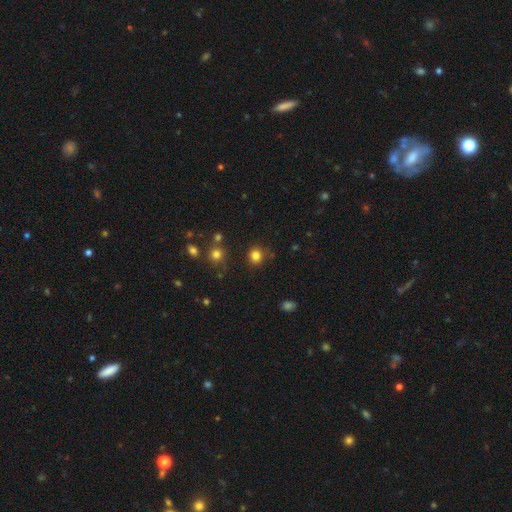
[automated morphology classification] The model was most divided on "smooth or featured": smooth: 81%, star or artifact: 14%, featured or disk: 5%. More confident: how rounded — round (88%); merging — none (85%).